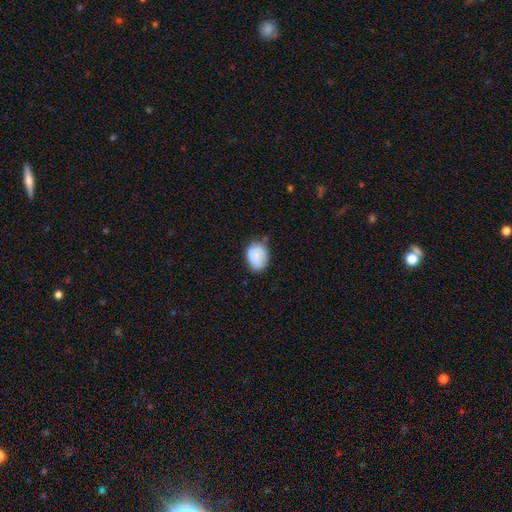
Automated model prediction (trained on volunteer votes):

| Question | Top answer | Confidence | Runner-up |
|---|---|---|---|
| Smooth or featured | smooth | 77% | featured or disk (16%) |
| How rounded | in between | 69% | round (30%) |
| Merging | none | 61% | minor disturbance (29%) |